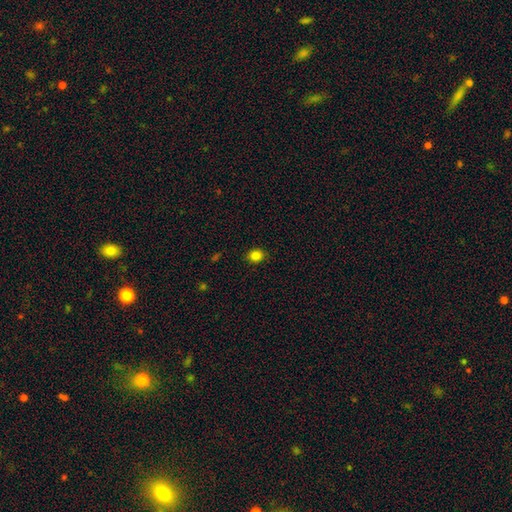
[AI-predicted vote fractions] A smooth galaxy with no disk features (83%) that is round (60%).

Vote fractions:
- Smooth or featured? smooth: 83% / star or artifact: 13% / featured or disk: 4%
- How rounded? round: 60% / in between: 39% / cigar-shaped: 1%
- Merging? none: 87% / minor disturbance: 9% / major disturbance: 2% / merger: 1%